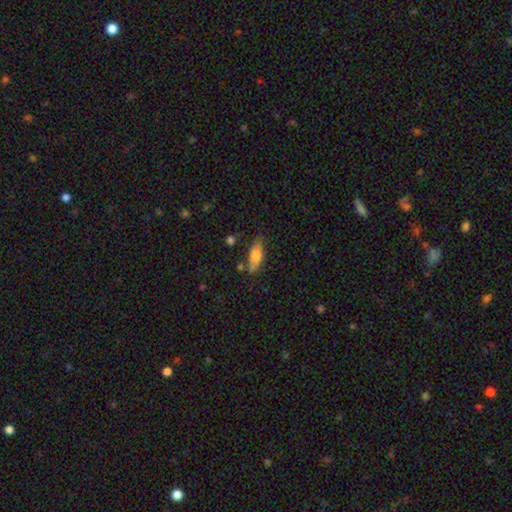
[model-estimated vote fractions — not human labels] Smooth or featured: smooth — 76% (featured or disk — 17%)
How rounded: in between — 70% (cigar-shaped — 28%)
Merging: none — 66% (minor disturbance — 22%)